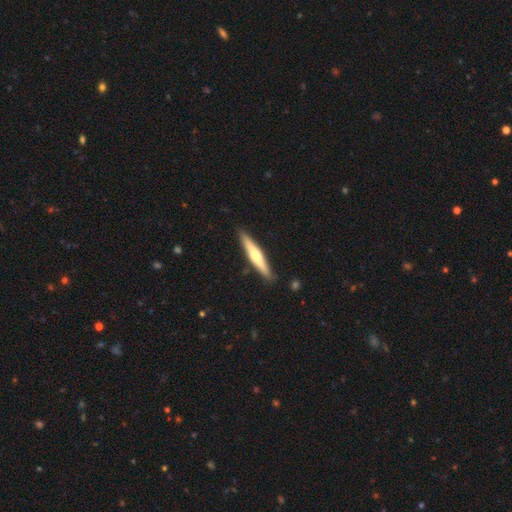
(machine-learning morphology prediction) featured or disk 50%, smooth 45%, star or artifact 5%. Down the decision tree: merging — none (89%).